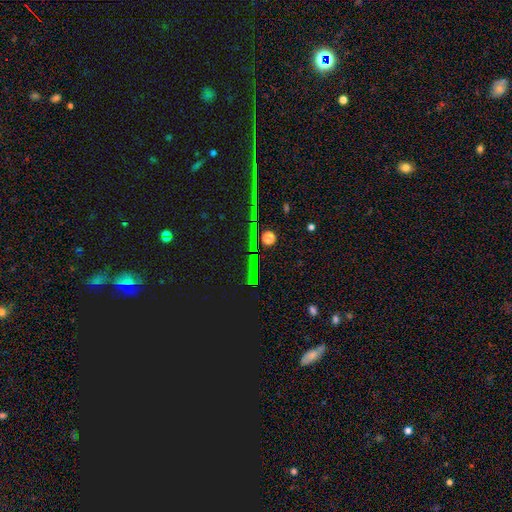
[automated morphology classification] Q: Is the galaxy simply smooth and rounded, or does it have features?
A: star or artifact — 63%.